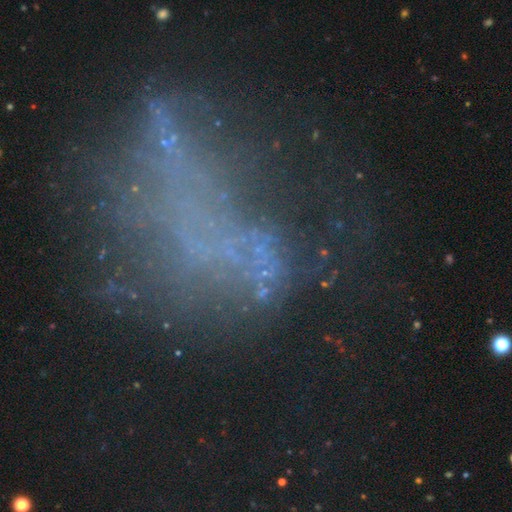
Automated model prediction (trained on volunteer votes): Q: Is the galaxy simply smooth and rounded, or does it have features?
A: star or artifact — 41%.